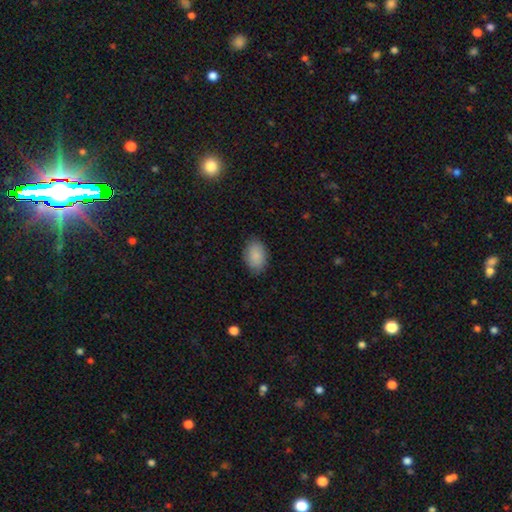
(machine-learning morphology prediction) Smooth or featured?
  - smooth: 89% *
  - star or artifact: 7%
  - featured or disk: 5%
How rounded?
  - in between: 86% *
  - round: 13%
  - cigar-shaped: 1%
Merging?
  - none: 84% *
  - minor disturbance: 12%
  - major disturbance: 3%
  - merger: 1%